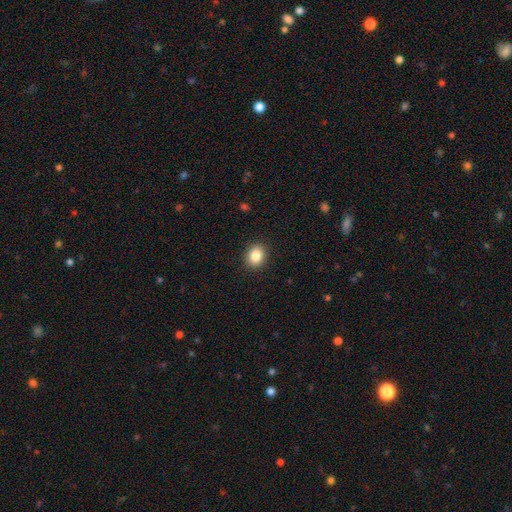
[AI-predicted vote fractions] Smooth or featured: smooth — 85% (star or artifact — 10%)
How rounded: round — 61% (in between — 38%)
Merging: none — 91% (minor disturbance — 6%)